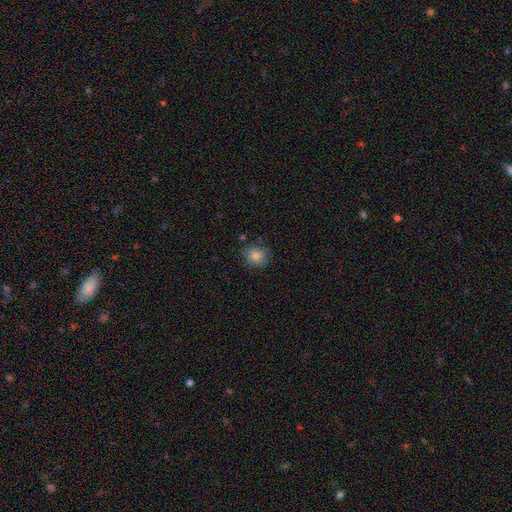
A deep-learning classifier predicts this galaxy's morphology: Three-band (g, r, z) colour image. It shows a smooth galaxy with no disk features (82%) that is round (81%). Merging: none (81%).